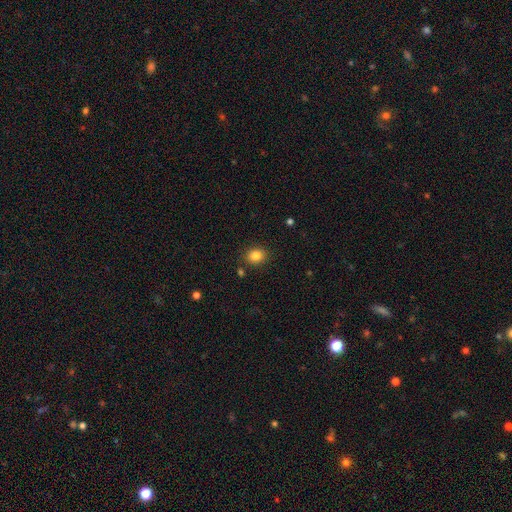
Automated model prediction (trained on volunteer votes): A smooth galaxy with no disk features (84%) that is round (59%). Merging: none (86%).